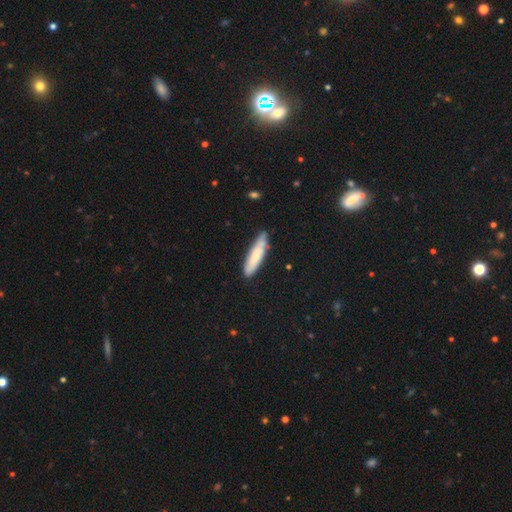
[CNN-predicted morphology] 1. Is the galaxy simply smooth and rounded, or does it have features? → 71% smooth, 23% featured or disk, 6% star or artifact.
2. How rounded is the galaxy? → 72% cigar-shaped, 26% in between, 1% round.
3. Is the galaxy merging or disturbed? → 72% none, 21% minor disturbance, 3% merger, 3% major disturbance.